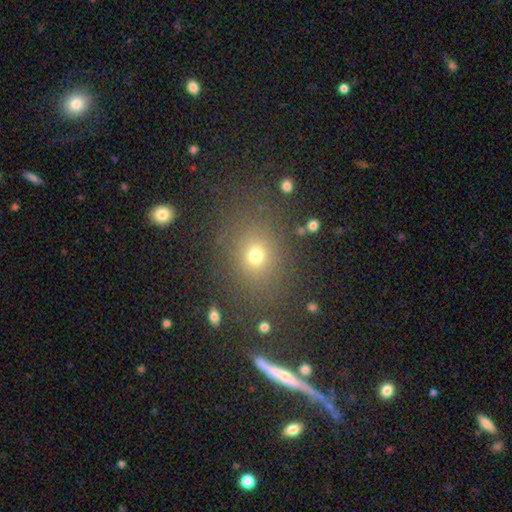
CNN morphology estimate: Smooth or featured: smooth — 69% (star or artifact — 21%)
How rounded: round — 53% (in between — 45%)
Merging: none — 80% (minor disturbance — 11%)